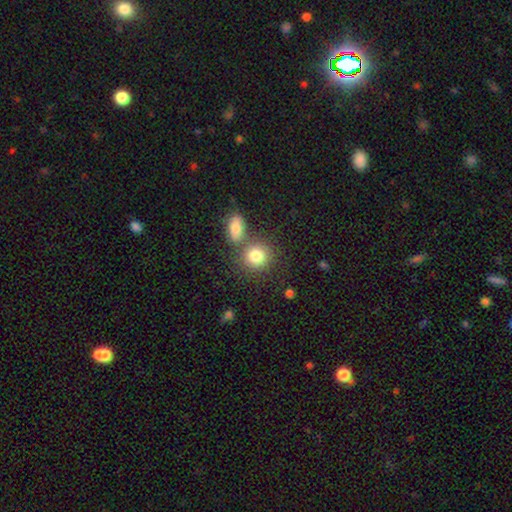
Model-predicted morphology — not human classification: This is clearly a smooth galaxy (82%). How rounded: clearly round (80%). Merging: likely none (61%).